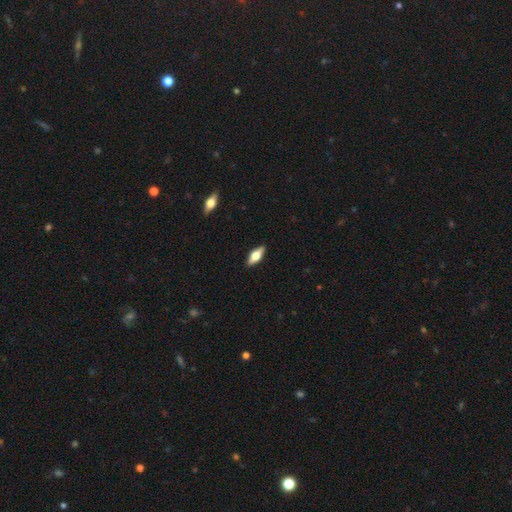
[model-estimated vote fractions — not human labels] The model was most divided on "smooth or featured": smooth: 49%, featured or disk: 44%, star or artifact: 7%. More confident: merging — none (89%).